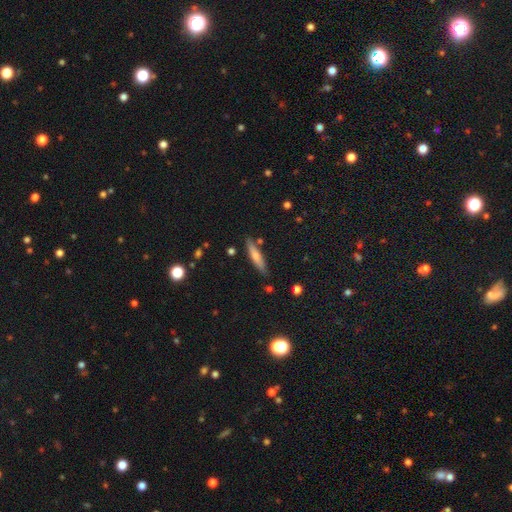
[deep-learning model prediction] Smooth or featured?
  - smooth: 61% *
  - featured or disk: 33%
  - star or artifact: 7%
How rounded?
  - cigar-shaped: 87% *
  - in between: 12%
  - round: 2%
Merging?
  - none: 84% *
  - minor disturbance: 11%
  - merger: 3%
  - major disturbance: 2%